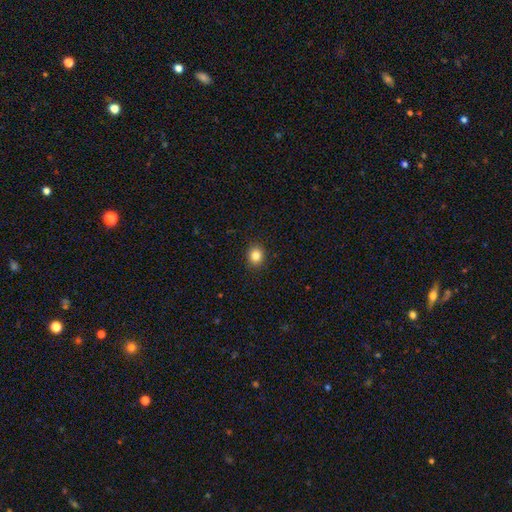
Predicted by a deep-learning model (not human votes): smooth-or-featured: smooth: 84% | star or artifact: 11% | featured or disk: 5%
  how-rounded: round: 70% | in between: 29% | cigar-shaped: 1%
  merging: none: 91% | minor disturbance: 6% | major disturbance: 2% | merger: 1%